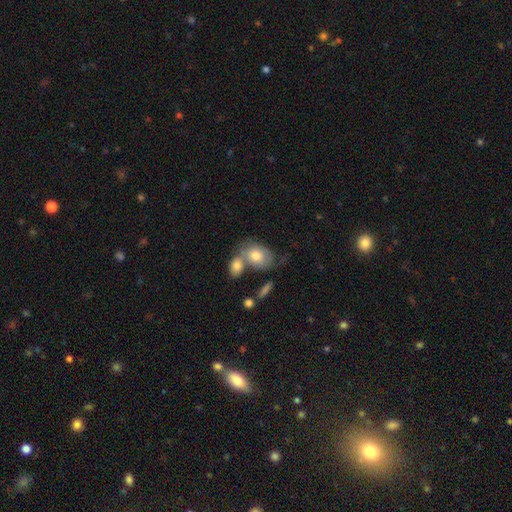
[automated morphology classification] smooth_or_featured: smooth (p=0.75) [alt: featured or disk p=0.19]
how_rounded: in between (p=0.78) [alt: round p=0.21]
merging: merger (p=0.46) [alt: none p=0.33]